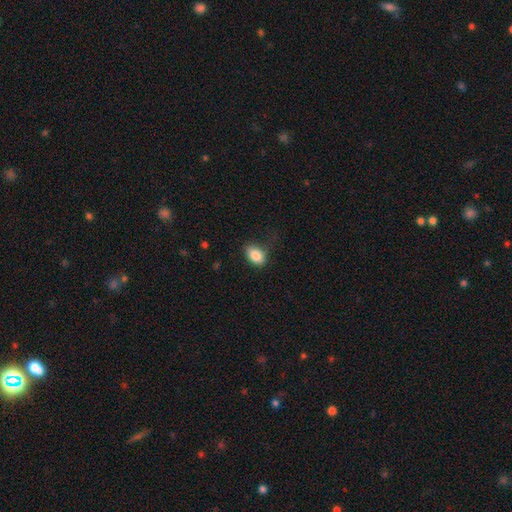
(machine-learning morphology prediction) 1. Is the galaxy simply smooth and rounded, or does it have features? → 86% smooth, 9% star or artifact, 6% featured or disk.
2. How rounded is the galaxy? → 85% in between, 14% round, 1% cigar-shaped.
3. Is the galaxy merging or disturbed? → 65% none, 26% minor disturbance, 8% major disturbance, 2% merger.